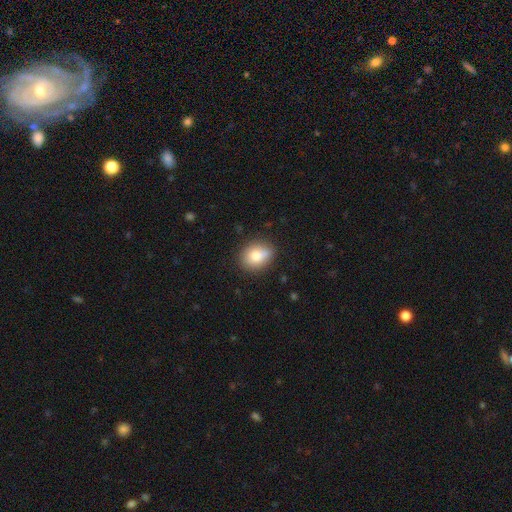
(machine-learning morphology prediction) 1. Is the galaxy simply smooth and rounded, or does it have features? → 80% smooth, 12% featured or disk, 9% star or artifact.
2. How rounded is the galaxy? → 56% in between, 42% round, 2% cigar-shaped.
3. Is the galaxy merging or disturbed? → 78% none, 16% minor disturbance, 4% major disturbance, 2% merger.